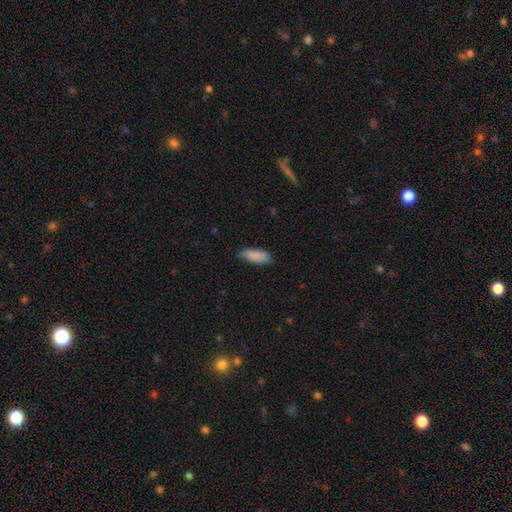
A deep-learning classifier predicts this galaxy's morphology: A smooth galaxy with no disk features (87%) that is in between round and cigar-shaped (70%). Merging: none (75%).